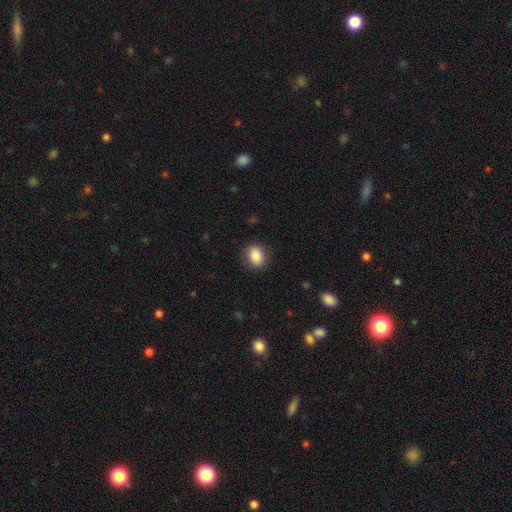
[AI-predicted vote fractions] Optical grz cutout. It shows a smooth galaxy with no disk features (87%) that is in between round and cigar-shaped (51%). Merging: none (86%).